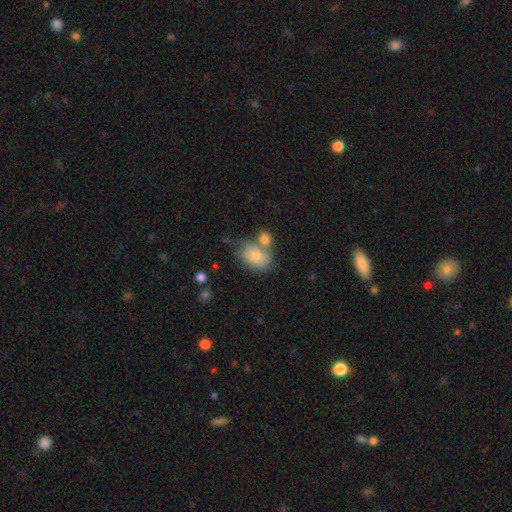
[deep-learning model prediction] Morphology: type=smooth (79%); roundness=in between (81%); merging=none (38%).